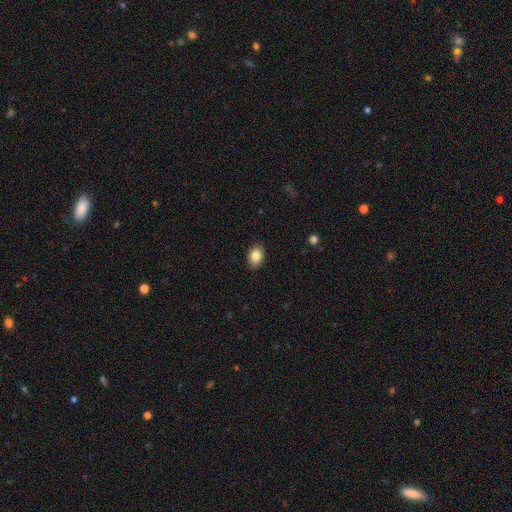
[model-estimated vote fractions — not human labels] Smooth or featured: smooth — 84% (star or artifact — 8%)
How rounded: in between — 78% (round — 21%)
Merging: none — 89% (minor disturbance — 8%)